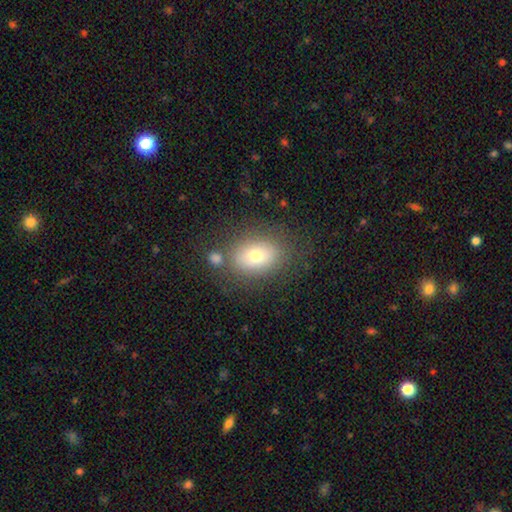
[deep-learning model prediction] Q: Smooth or featured?
A: smooth (71%); runner-up: featured or disk (18%)
Q: How rounded?
A: in between (73%); runner-up: round (26%)
Q: Merging?
A: none (72%); runner-up: minor disturbance (14%)